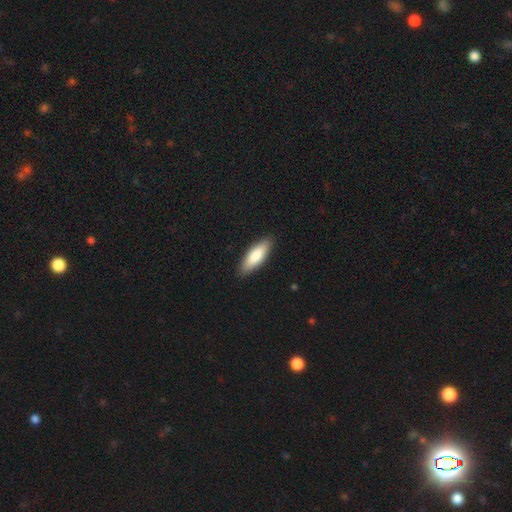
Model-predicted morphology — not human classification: Smooth or featured? smooth (82%)
How rounded? in between (58%)
Merging? none (89%)